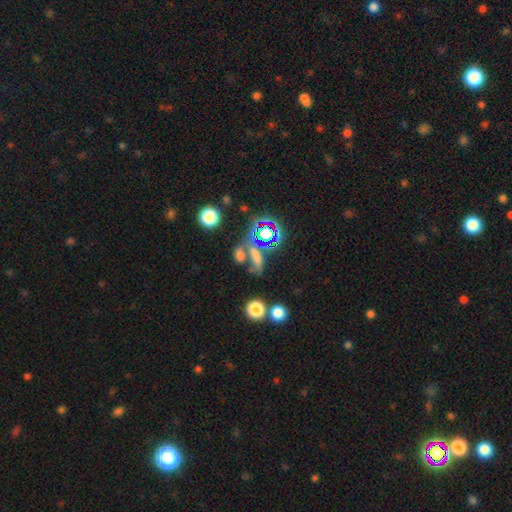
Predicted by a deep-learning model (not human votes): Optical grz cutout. It shows a smooth galaxy with no disk features (53%) that is in between round and cigar-shaped (50%). Merging: none (46%).